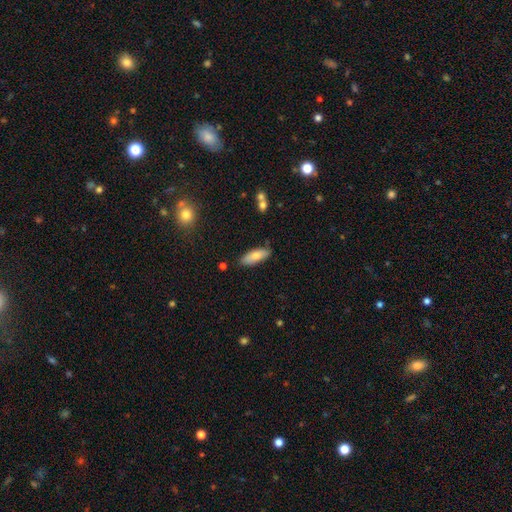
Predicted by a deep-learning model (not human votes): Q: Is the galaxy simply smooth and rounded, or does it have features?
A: smooth — 74%.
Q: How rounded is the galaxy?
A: in between — 69%.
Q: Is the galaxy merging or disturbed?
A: none — 81%.